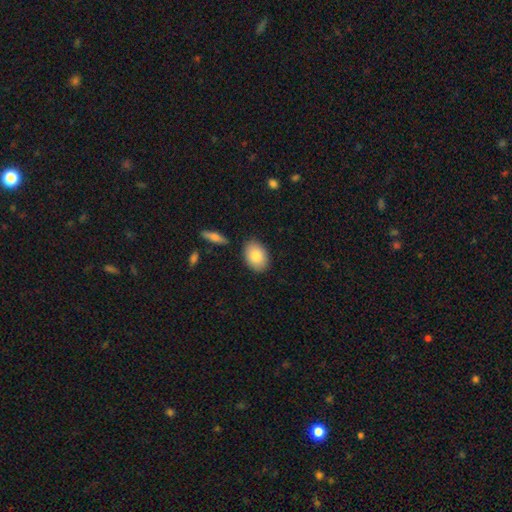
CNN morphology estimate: Smooth or featured: smooth — 83% (featured or disk — 10%)
How rounded: in between — 86% (round — 13%)
Merging: none — 86% (minor disturbance — 9%)